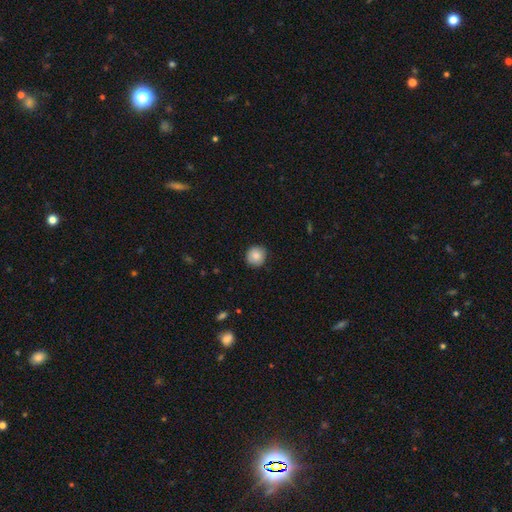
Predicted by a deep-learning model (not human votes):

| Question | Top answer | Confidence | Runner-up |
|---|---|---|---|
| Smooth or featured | smooth | 84% | featured or disk (8%) |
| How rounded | round | 93% | in between (6%) |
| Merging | none | 87% | minor disturbance (10%) |